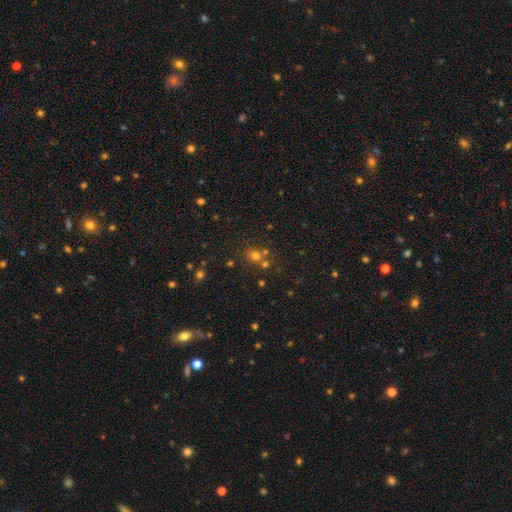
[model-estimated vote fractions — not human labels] A smooth galaxy with no disk features (63%) that is round (83%).

Vote fractions:
- Smooth or featured? smooth: 63% / star or artifact: 27% / featured or disk: 10%
- How rounded? round: 83% / in between: 16% / cigar-shaped: 1%
- Merging? none: 60% / merger: 28% / minor disturbance: 8% / major disturbance: 3%